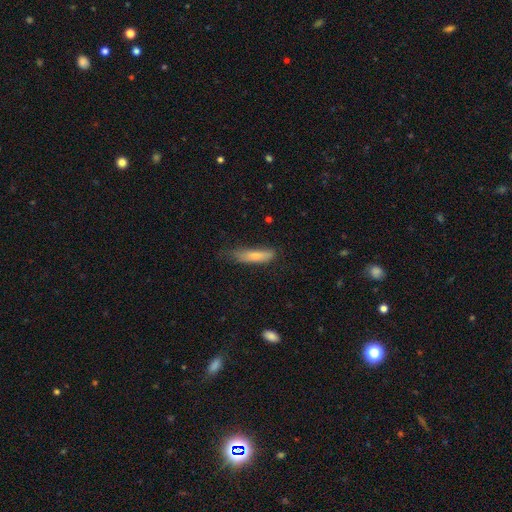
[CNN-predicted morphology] Smooth or featured? smooth (78%)
How rounded? cigar-shaped (71%)
Merging? none (50%)